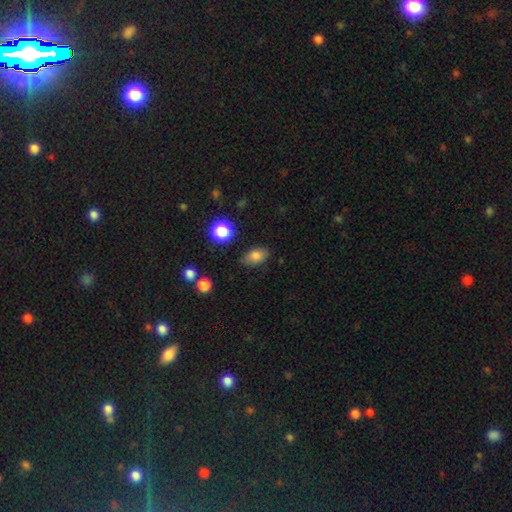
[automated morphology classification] Smooth or featured: smooth — 82% (star or artifact — 11%)
How rounded: in between — 84% (round — 13%)
Merging: none — 75% (minor disturbance — 18%)